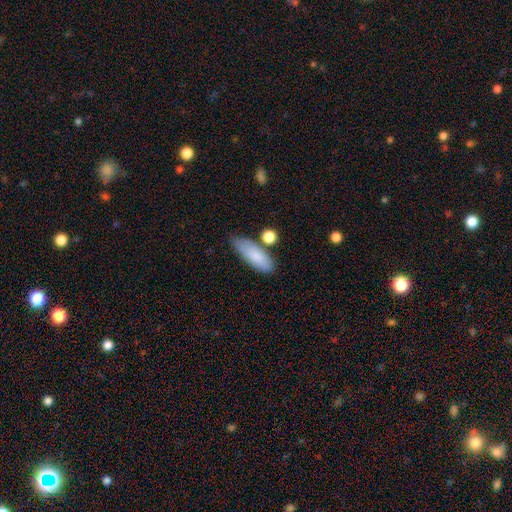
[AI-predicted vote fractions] Q: Smooth or featured?
A: smooth (81%); runner-up: featured or disk (12%)
Q: How rounded?
A: in between (65%); runner-up: cigar-shaped (32%)
Q: Merging?
A: none (66%); runner-up: minor disturbance (20%)